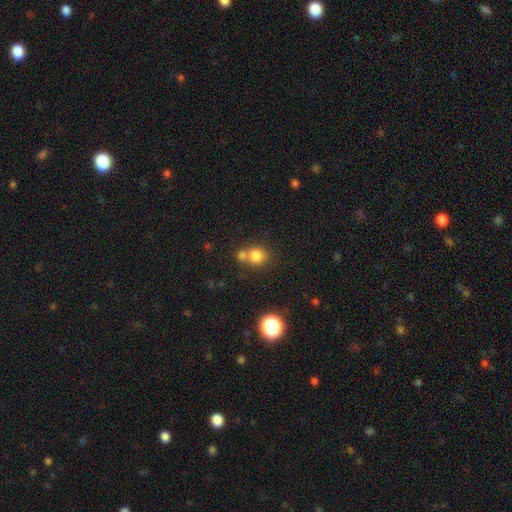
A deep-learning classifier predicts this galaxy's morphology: smooth-or-featured: smooth: 79% | star or artifact: 13% | featured or disk: 8%
  how-rounded: round: 84% | in between: 15% | cigar-shaped: 1%
  merging: none: 52% | merger: 37% | minor disturbance: 8% | major disturbance: 3%